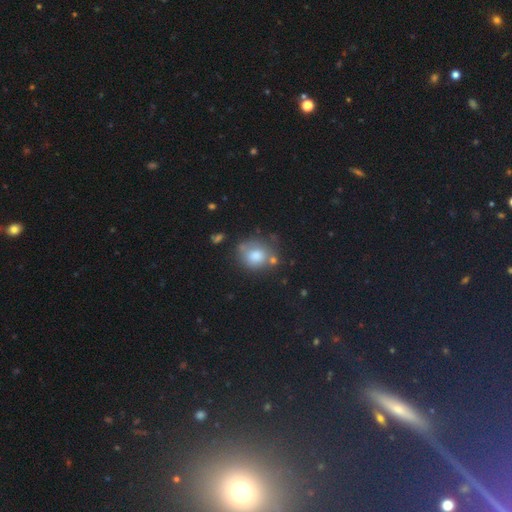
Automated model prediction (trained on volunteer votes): Smooth or featured? Predicted: smooth (p=0.77). How rounded? Predicted: round (p=0.71). Merging? Predicted: none (p=0.57).